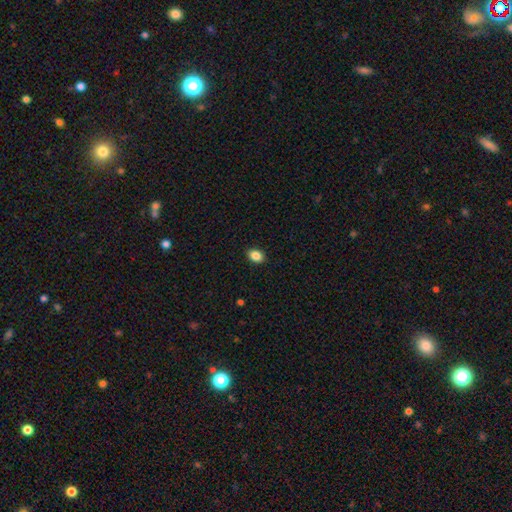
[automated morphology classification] Smooth or featured? Predicted: smooth (p=0.87). How rounded? Predicted: in between (p=0.73). Merging? Predicted: none (p=0.91).